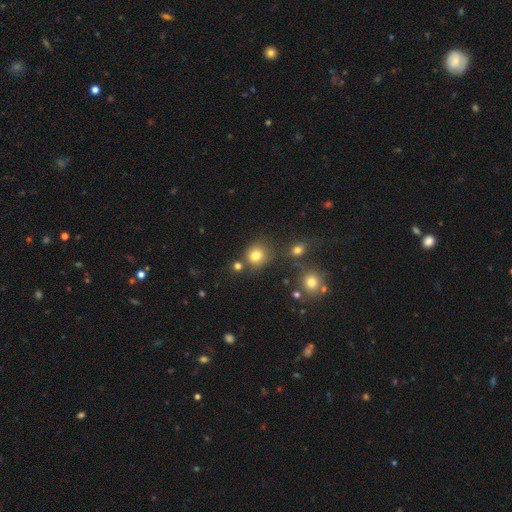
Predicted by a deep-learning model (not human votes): This appears to be a smooth galaxy with no disk features (78%) that is round (83%). Merging: none (72%).